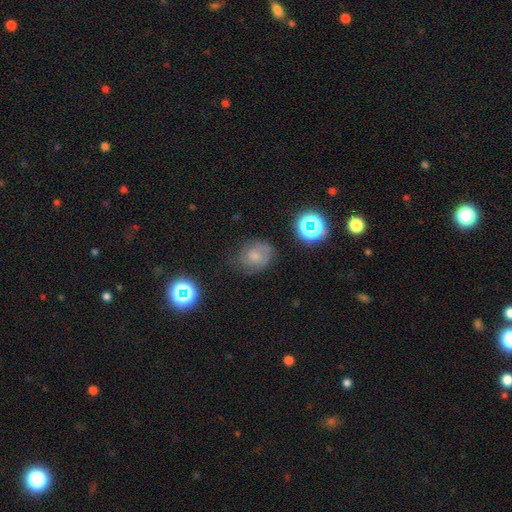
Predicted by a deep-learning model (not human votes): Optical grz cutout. It shows a smooth galaxy with no disk features (52%) that is round (60%). Merging: none (61%).